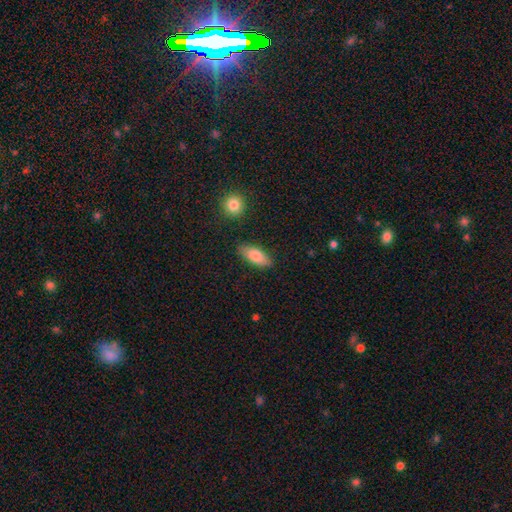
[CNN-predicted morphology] Overall: smooth (80%). How rounded: in between (82%). Merging: none (84%).